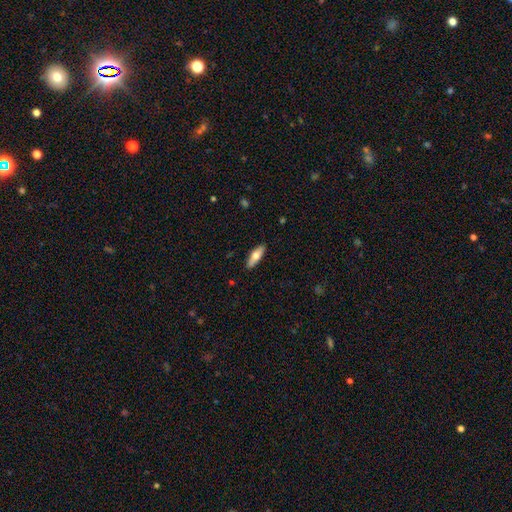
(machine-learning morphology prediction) This appears to be a smooth galaxy with no disk features (63%) that is in between round and cigar-shaped (54%). Merging: none (89%).